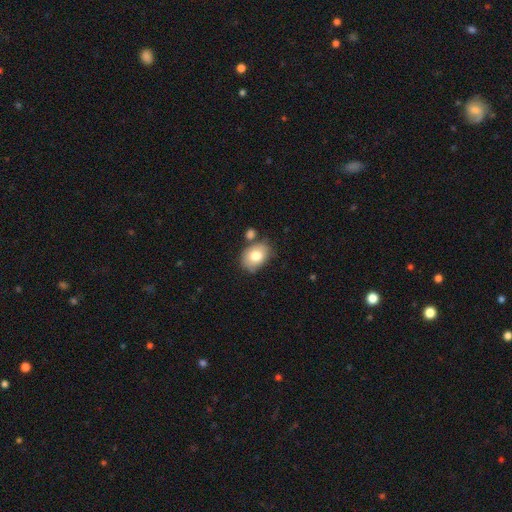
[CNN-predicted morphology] This is likely a smooth galaxy (79%). How rounded: likely in between (74%). Merging: likely none (64%).